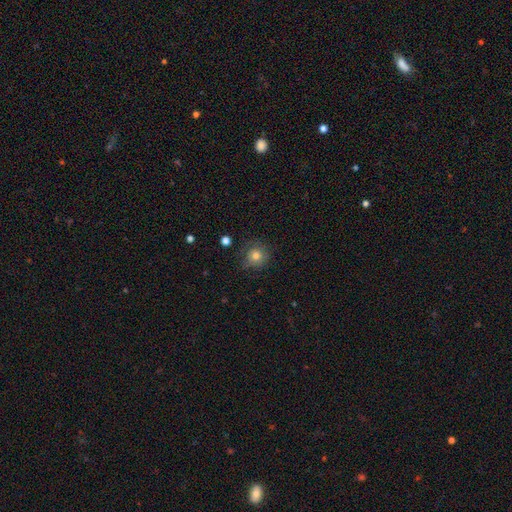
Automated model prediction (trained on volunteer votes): A smooth galaxy with no disk features (74%) that is round (90%). Merging: none (73%).